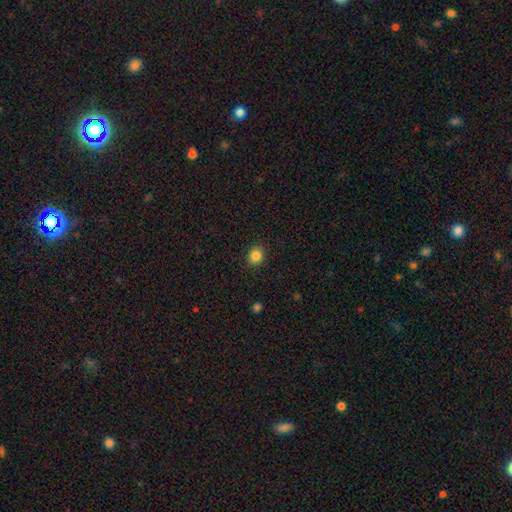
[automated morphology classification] Q: Smooth or featured?
A: smooth (85%); runner-up: star or artifact (10%)
Q: How rounded?
A: round (71%); runner-up: in between (28%)
Q: Merging?
A: none (90%); runner-up: minor disturbance (7%)